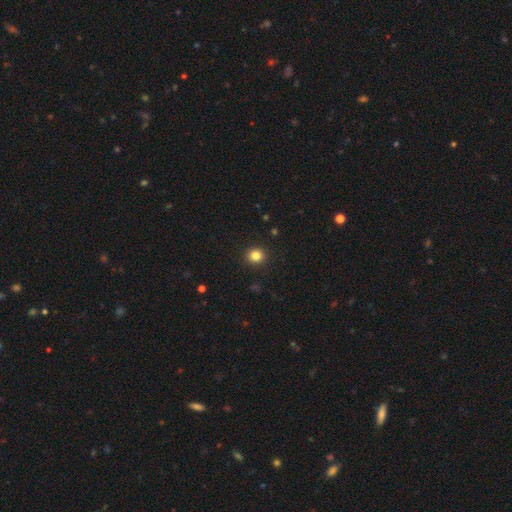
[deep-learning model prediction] This is clearly a smooth galaxy (83%). How rounded: clearly round (87%). Merging: clearly none (92%).